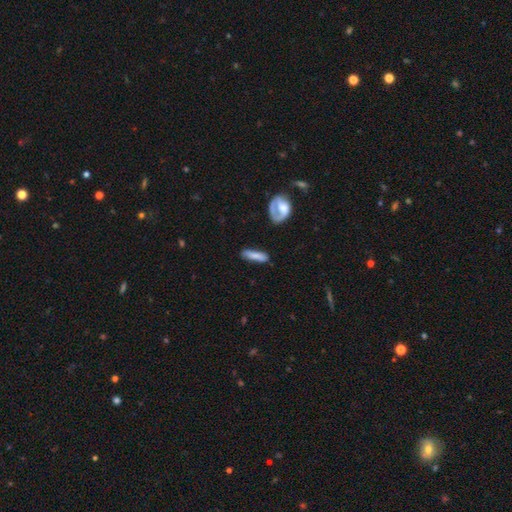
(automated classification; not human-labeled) A smooth galaxy with no disk features (71%) that is cigar-shaped (67%).

Vote fractions:
- Smooth or featured? smooth: 71% / featured or disk: 22% / star or artifact: 7%
- How rounded? cigar-shaped: 67% / in between: 30% / round: 3%
- Merging? none: 77% / minor disturbance: 15% / major disturbance: 5% / merger: 4%